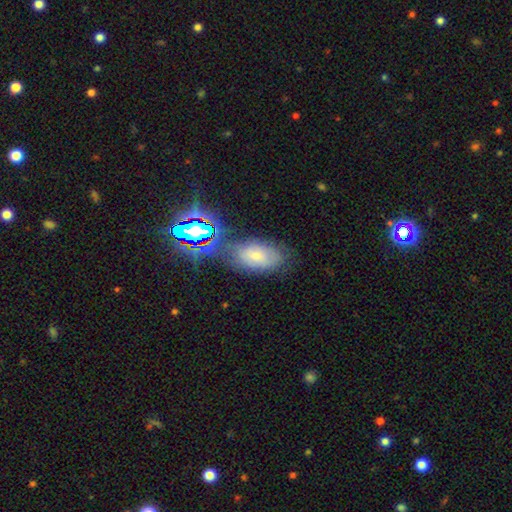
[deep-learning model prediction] This appears to be a smooth galaxy with no disk features (54%) that is in between round and cigar-shaped (91%). Merging: none (62%).